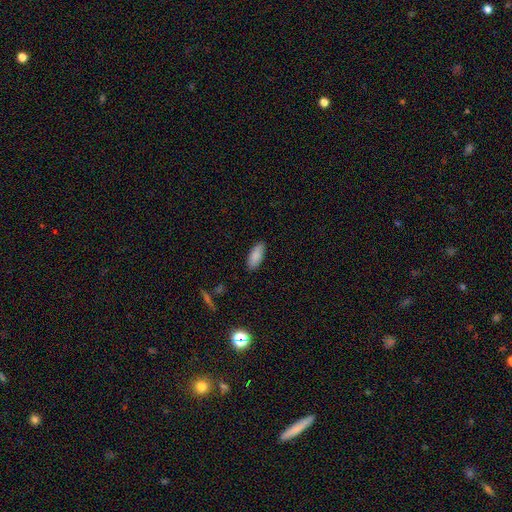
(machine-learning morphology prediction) smooth_or_featured: smooth (p=0.88) [alt: star or artifact p=0.07]
how_rounded: in between (p=0.81) [alt: cigar-shaped p=0.18]
merging: none (p=0.87) [alt: minor disturbance p=0.10]